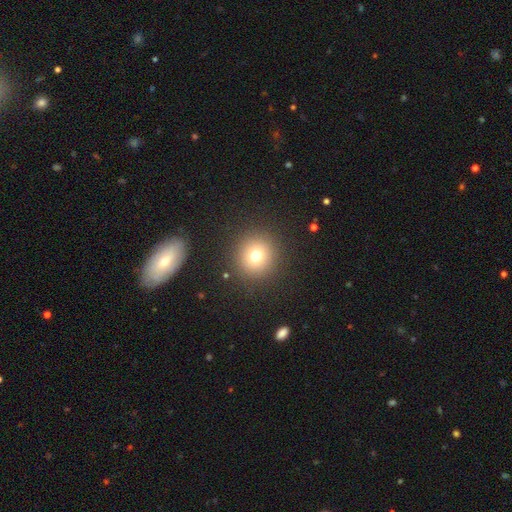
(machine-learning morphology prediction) This appears to be a smooth galaxy with no disk features (74%) that is round (93%). Merging: none (90%).